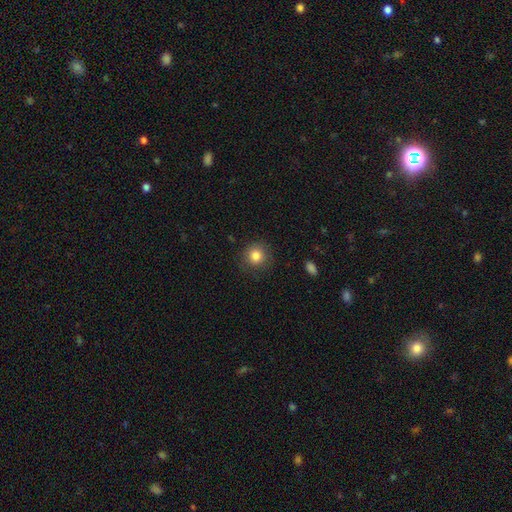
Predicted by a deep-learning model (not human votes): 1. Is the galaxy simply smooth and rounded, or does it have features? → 84% smooth, 11% star or artifact, 6% featured or disk.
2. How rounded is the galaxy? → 91% round, 9% in between, 1% cigar-shaped.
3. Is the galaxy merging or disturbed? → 87% none, 9% minor disturbance, 3% major disturbance, 1% merger.